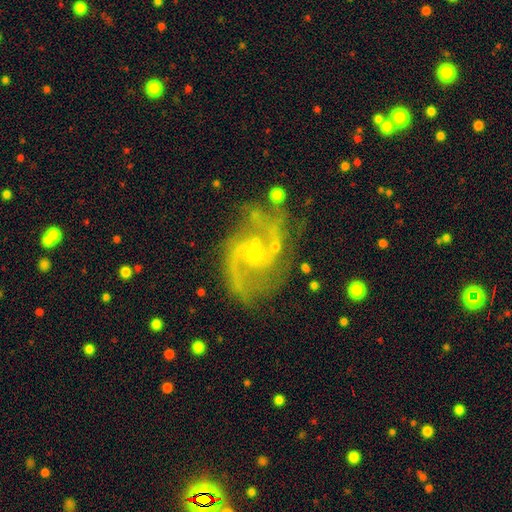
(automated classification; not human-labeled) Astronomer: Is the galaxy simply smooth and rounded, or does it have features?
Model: featured or disk — 89%.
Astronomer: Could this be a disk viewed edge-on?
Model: no — 98%.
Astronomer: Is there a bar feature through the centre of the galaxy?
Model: no — 54% (runner-up: weak, 39%).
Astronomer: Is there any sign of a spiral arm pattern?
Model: yes — 97%.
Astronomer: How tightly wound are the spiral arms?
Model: medium — 57%.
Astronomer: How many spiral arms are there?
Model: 2 — 85%.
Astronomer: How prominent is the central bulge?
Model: small — 69%.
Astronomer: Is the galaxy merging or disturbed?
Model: none — 71%.